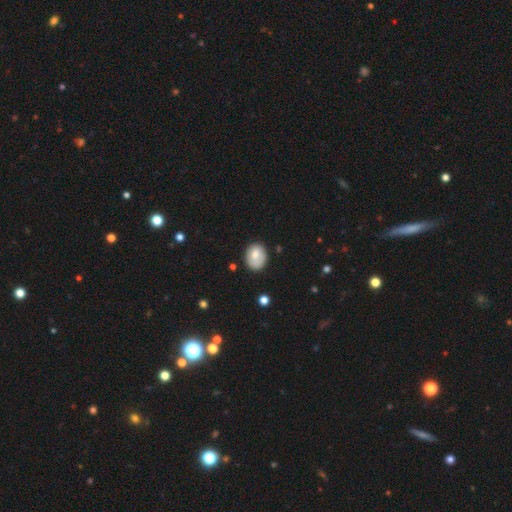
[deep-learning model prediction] This appears to be a smooth galaxy with no disk features (75%) that is in between round and cigar-shaped (52%). Merging: none (69%).